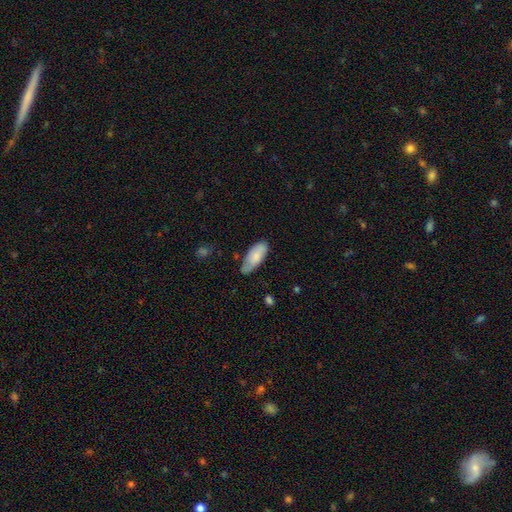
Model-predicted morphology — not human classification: smooth_or_featured: smooth (p=0.79) [alt: featured or disk p=0.15]
how_rounded: in between (p=0.85) [alt: cigar-shaped p=0.13]
merging: none (p=0.66) [alt: minor disturbance p=0.27]